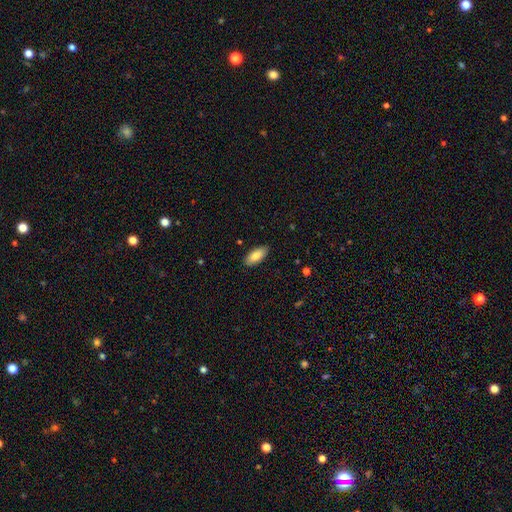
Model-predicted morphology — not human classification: smooth 82%, featured or disk 11%, star or artifact 6%. Down the decision tree: how rounded — in between (86%); merging — none (89%).